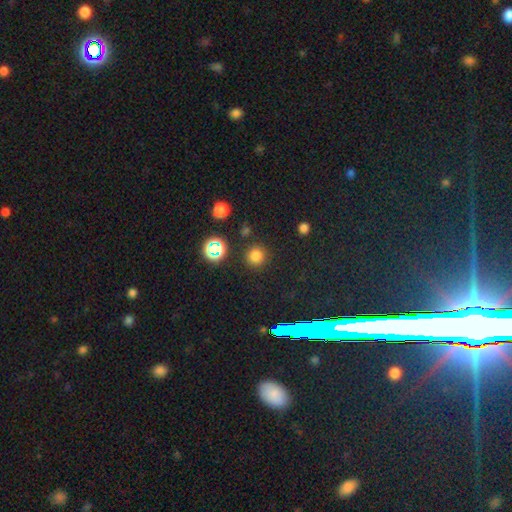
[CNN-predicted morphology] A smooth galaxy with no disk features (76%) that is round (94%). Merging: none (87%).